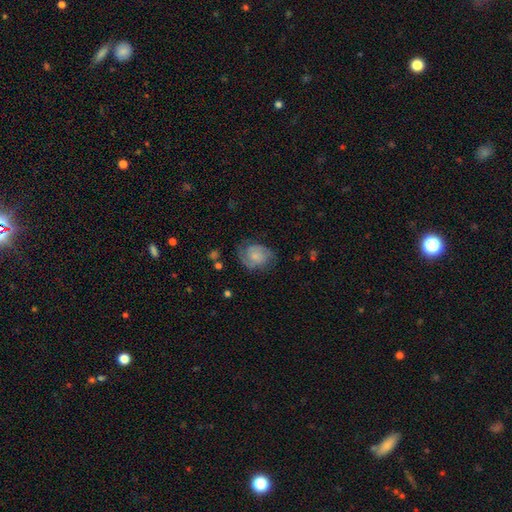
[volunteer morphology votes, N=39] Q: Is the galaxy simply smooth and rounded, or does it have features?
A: featured or disk — 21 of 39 (54%).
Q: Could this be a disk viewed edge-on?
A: no — 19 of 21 (90%).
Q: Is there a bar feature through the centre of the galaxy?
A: no — 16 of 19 (84%).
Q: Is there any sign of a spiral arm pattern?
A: yes — 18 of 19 (95%).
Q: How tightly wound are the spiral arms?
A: medium — 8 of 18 (44%).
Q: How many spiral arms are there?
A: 2 — 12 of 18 (67%).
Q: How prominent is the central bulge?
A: small — 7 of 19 (37%, tied with none).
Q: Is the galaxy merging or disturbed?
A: none — 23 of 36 (64%).